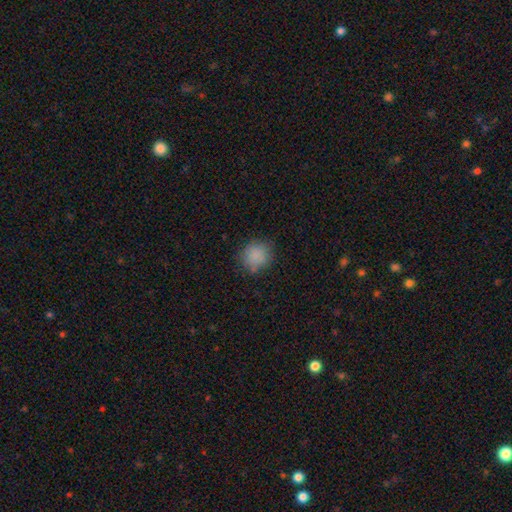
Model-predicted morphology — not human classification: smooth 84%, star or artifact 10%, featured or disk 6%. Down the decision tree: how rounded — round (85%); merging — none (76%).